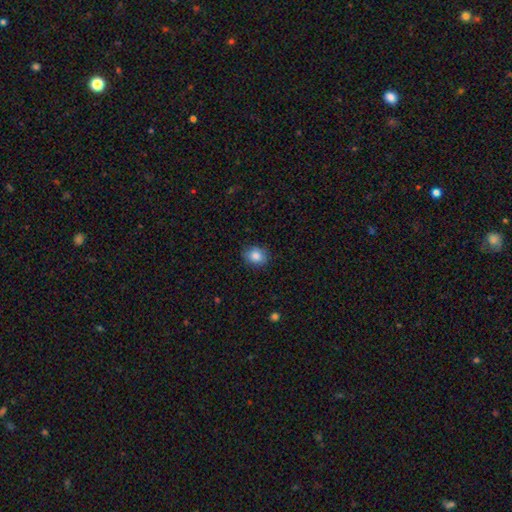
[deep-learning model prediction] smooth-or-featured: smooth: 85% | star or artifact: 9% | featured or disk: 6%
  how-rounded: round: 52% | in between: 47% | cigar-shaped: 1%
  merging: none: 86% | minor disturbance: 11% | major disturbance: 2% | merger: 1%